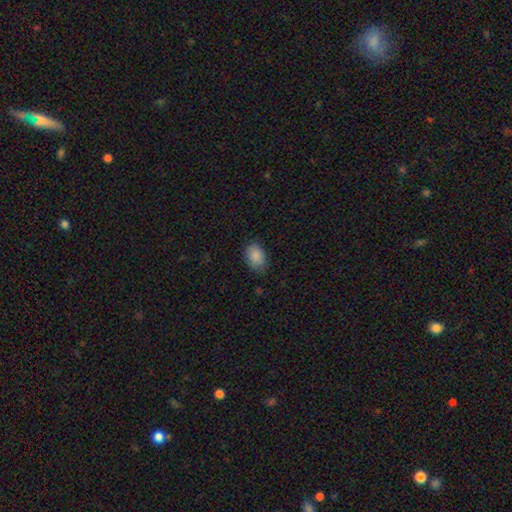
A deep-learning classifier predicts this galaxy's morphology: smooth_or_featured: smooth (p=0.88) [alt: star or artifact p=0.08]
how_rounded: in between (p=0.80) [alt: round p=0.19]
merging: none (p=0.75) [alt: minor disturbance p=0.20]